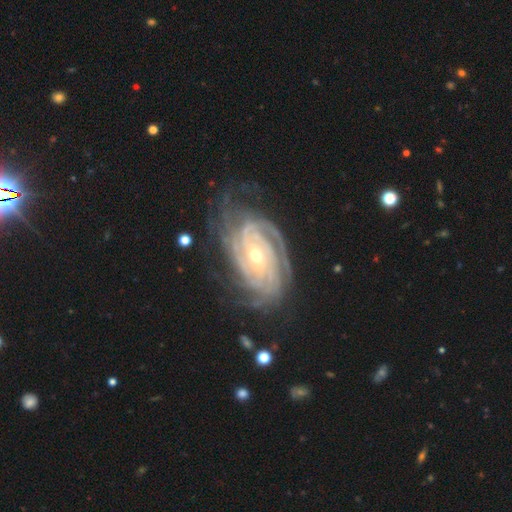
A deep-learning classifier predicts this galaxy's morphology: The model was most divided on "spiral arm count": 4: 27%, can't tell: 22%, 3: 18%, more than 4: 14%, 2: 12%, 1: 7%. Remaining: spiral arms — yes (98%); edge-on disk — no (97%); smooth or featured — featured or disk (92%); spiral winding — tight (79%); merging — none (71%); bulge size — small (56%); bar — no (49%).